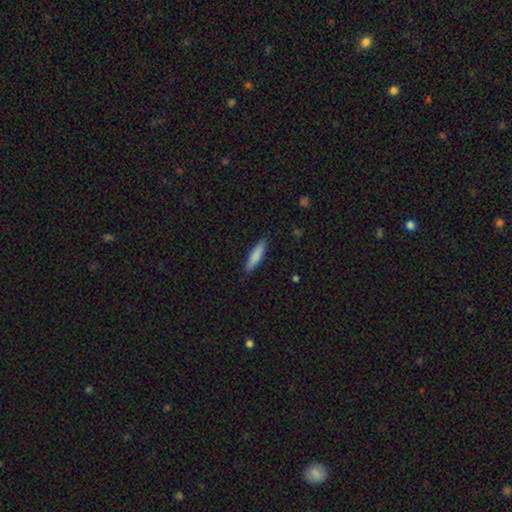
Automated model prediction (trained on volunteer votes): Morphology: type=smooth (83%); roundness=cigar-shaped (77%); merging=none (87%).